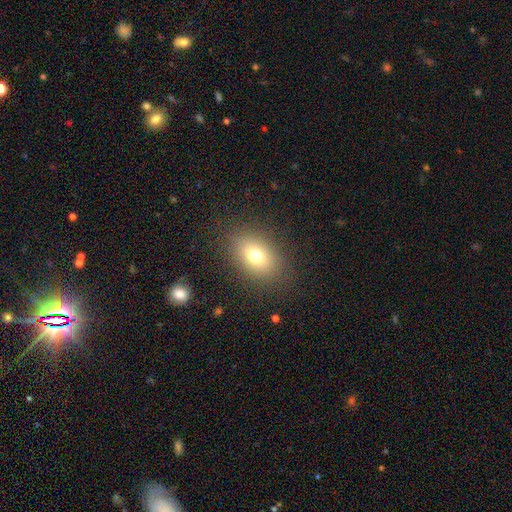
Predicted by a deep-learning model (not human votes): smooth 75%, featured or disk 13%, star or artifact 12%. Down the decision tree: how rounded — in between (79%); merging — none (85%).